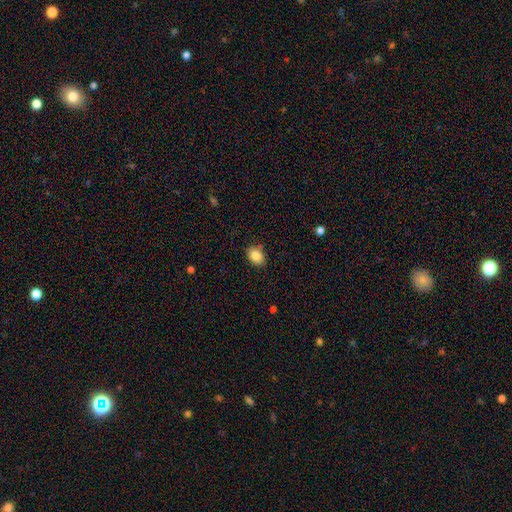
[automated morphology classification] type=smooth (85%); roundness=in between (66%); merging=none (83%).